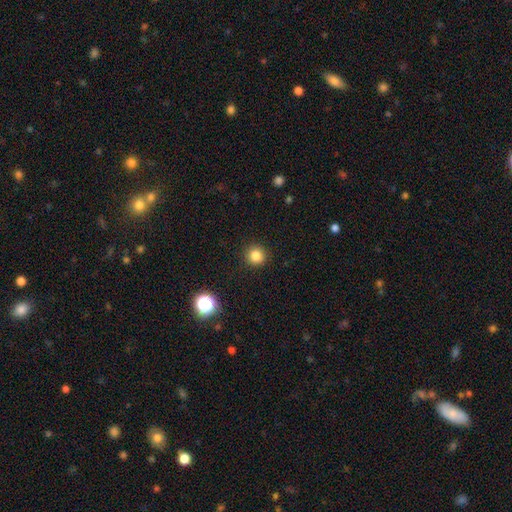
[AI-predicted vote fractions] smooth-or-featured: smooth: 83% | star or artifact: 12% | featured or disk: 5%
  how-rounded: round: 94% | in between: 5% | cigar-shaped: 1%
  merging: none: 92% | minor disturbance: 5% | major disturbance: 2% | merger: 1%